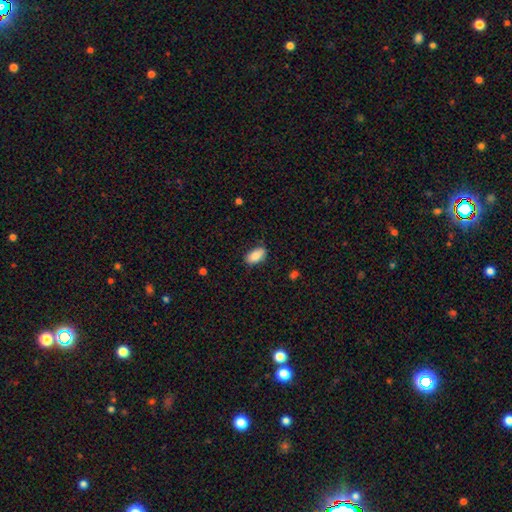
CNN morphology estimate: A smooth galaxy with no disk features (88%) that is in between round and cigar-shaped (93%).

Vote fractions:
- Smooth or featured? smooth: 88% / star or artifact: 7% / featured or disk: 6%
- How rounded? in between: 93% / cigar-shaped: 4% / round: 4%
- Merging? none: 82% / minor disturbance: 14% / major disturbance: 3% / merger: 1%